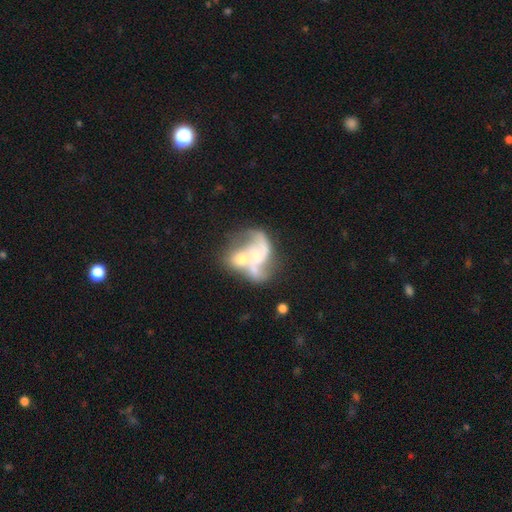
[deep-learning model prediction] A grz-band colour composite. It shows a featured or disk galaxy (77%) with no bar (61%), 2 (70%) loose (55%) spiral arms (81%) and a moderate central bulge (41%). Merging: merger (60%).